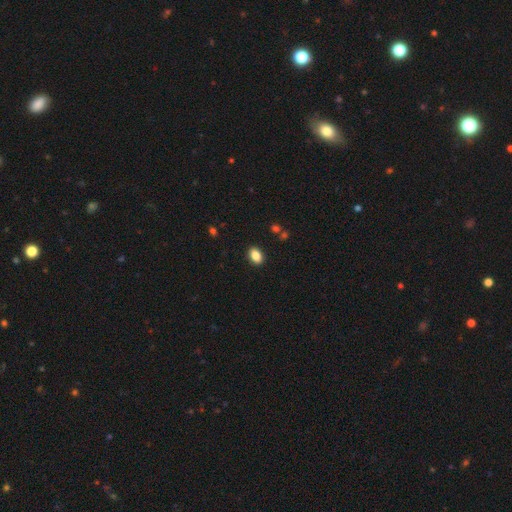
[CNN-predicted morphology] type=smooth (86%); roundness=in between (83%); merging=none (89%).